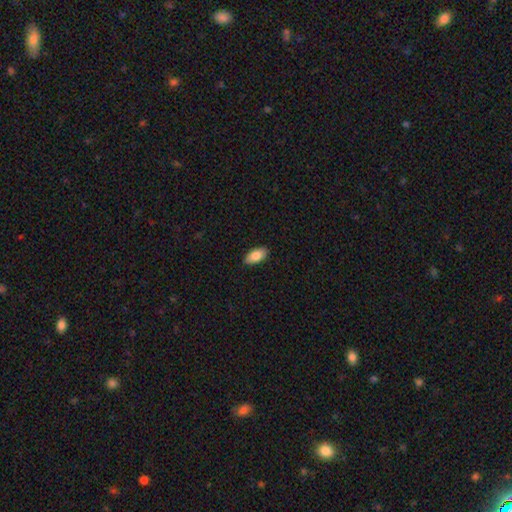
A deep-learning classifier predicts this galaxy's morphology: Smooth or featured?
  - smooth: 83% *
  - featured or disk: 10%
  - star or artifact: 7%
How rounded?
  - in between: 91% *
  - cigar-shaped: 6%
  - round: 3%
Merging?
  - none: 88% *
  - minor disturbance: 9%
  - major disturbance: 2%
  - merger: 1%